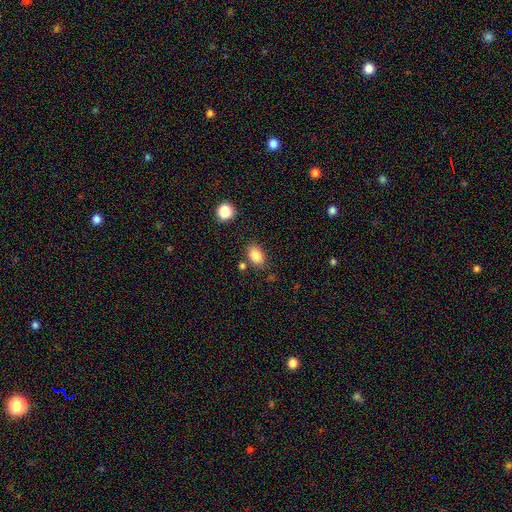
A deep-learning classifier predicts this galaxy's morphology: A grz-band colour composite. It shows a smooth galaxy with no disk features (84%) that is in between round and cigar-shaped (84%). Merging: none (78%).